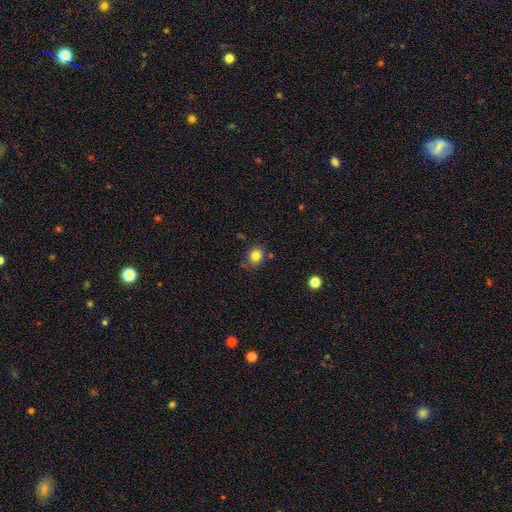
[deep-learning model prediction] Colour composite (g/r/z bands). It shows a smooth galaxy with no disk features (83%) that is round (71%). Merging: none (78%).